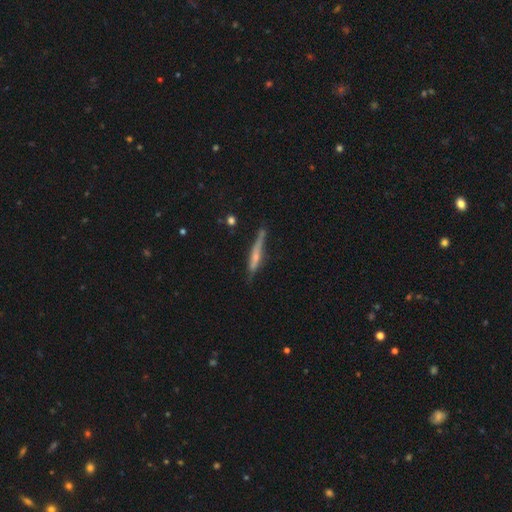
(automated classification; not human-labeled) Overall: featured or disk (52%; smooth 41%). Edge-on disk: yes (93%). Merging: none (68%).